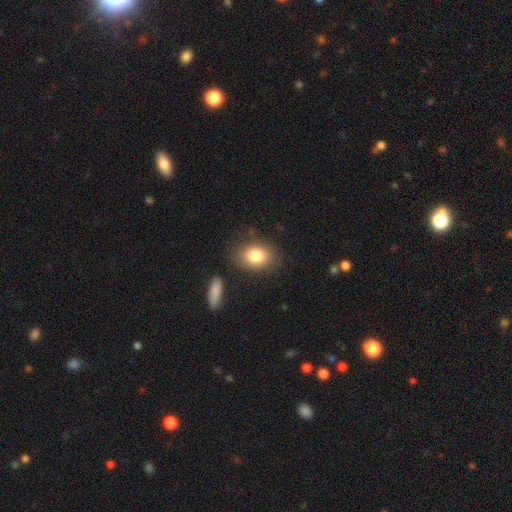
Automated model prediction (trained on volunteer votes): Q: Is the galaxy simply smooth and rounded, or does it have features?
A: smooth — 81%.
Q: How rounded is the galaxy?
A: in between — 68%.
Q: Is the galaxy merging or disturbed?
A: none — 80%.